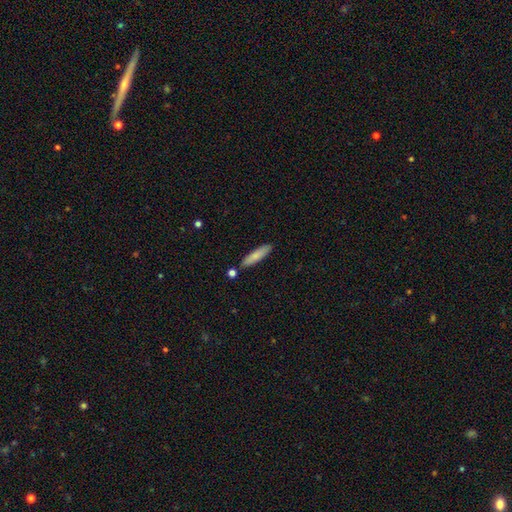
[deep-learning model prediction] smooth_or_featured: smooth (p=0.79) [alt: featured or disk p=0.15]
how_rounded: cigar-shaped (p=0.79) [alt: in between p=0.20]
merging: none (p=0.83) [alt: minor disturbance p=0.10]